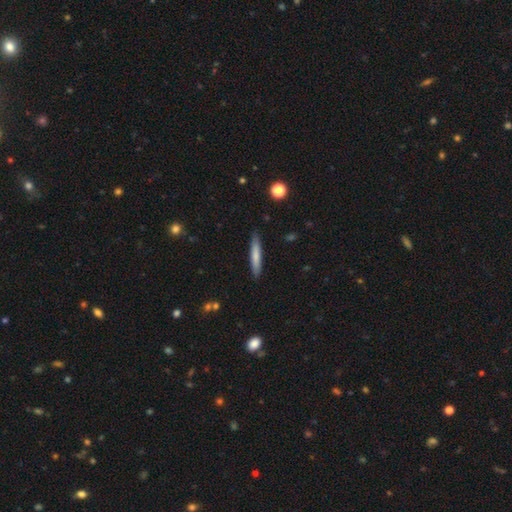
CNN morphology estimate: This is likely a smooth galaxy (74%). How rounded: clearly cigar-shaped (92%). Merging: clearly none (87%).